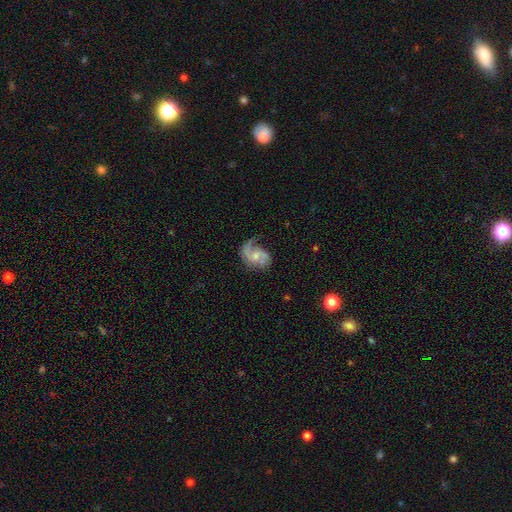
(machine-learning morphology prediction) featured or disk 79%, smooth 15%, star or artifact 6%. Down the decision tree: edge-on disk — no (98%); bar — no (56%); spiral arms — yes (94%); spiral arm count — 2 (71%); spiral winding — medium (46%); bulge size — small (48%); merging — none (54%).